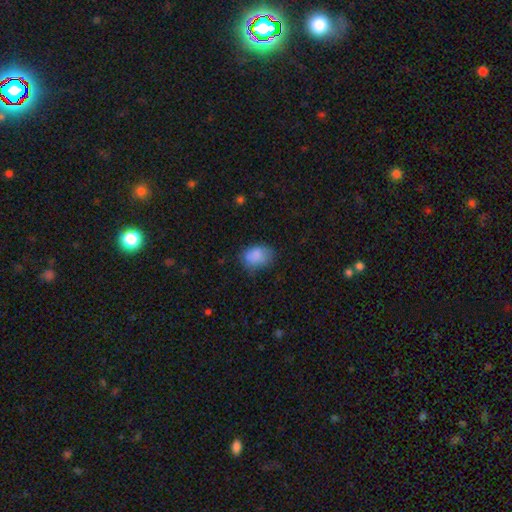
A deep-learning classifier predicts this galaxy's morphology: smooth_or_featured: smooth (p=0.84) [alt: star or artifact p=0.08]
how_rounded: in between (p=0.73) [alt: round p=0.26]
merging: none (p=0.60) [alt: minor disturbance p=0.29]